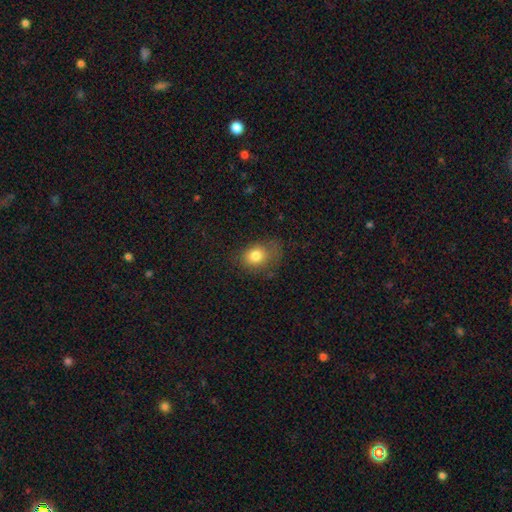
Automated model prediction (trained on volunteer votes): smooth 80%, star or artifact 11%, featured or disk 9%. Down the decision tree: how rounded — in between (52%); merging — none (60%).